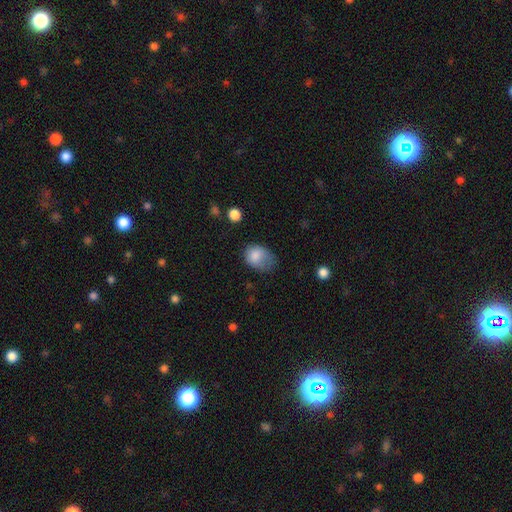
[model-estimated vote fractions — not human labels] smooth_or_featured: smooth (p=0.83) [alt: featured or disk p=0.09]
how_rounded: in between (p=0.64) [alt: round p=0.35]
merging: minor disturbance (p=0.41) [alt: none p=0.30]